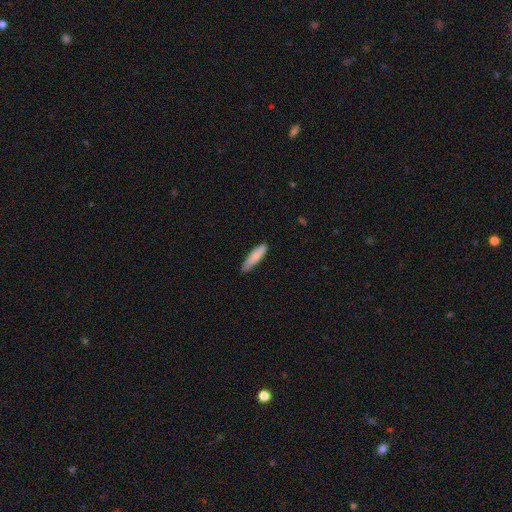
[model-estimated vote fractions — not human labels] Smooth or featured: smooth — 86% (featured or disk — 8%)
How rounded: cigar-shaped — 74% (in between — 25%)
Merging: none — 77% (minor disturbance — 19%)